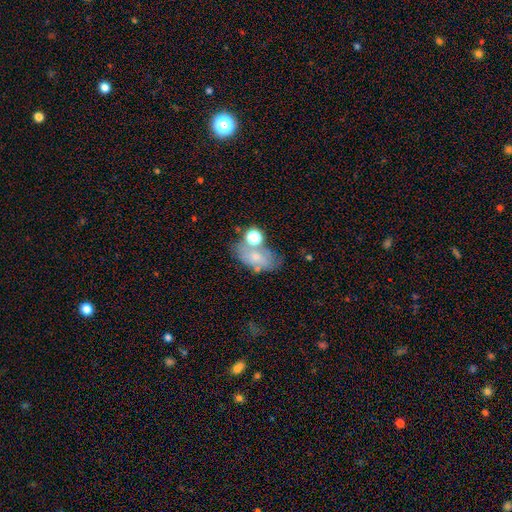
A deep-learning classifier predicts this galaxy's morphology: smooth-or-featured: smooth: 58% | featured or disk: 28% | star or artifact: 13%
  how-rounded: in between: 83% | round: 15% | cigar-shaped: 3%
  merging: none: 40% | merger: 27% | minor disturbance: 20% | major disturbance: 13%